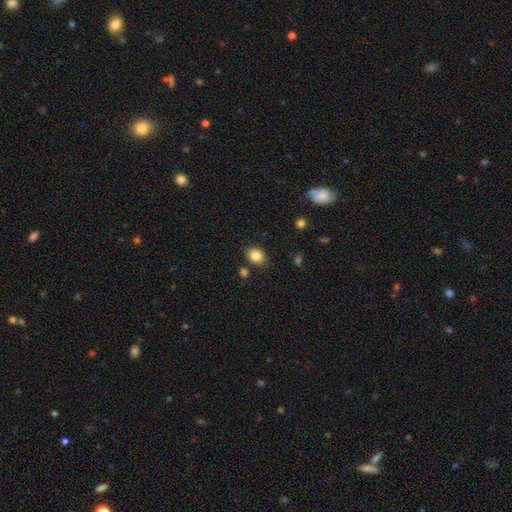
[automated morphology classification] Overall: smooth (85%). How rounded: in between (56%; round 44%). Merging: none (81%).